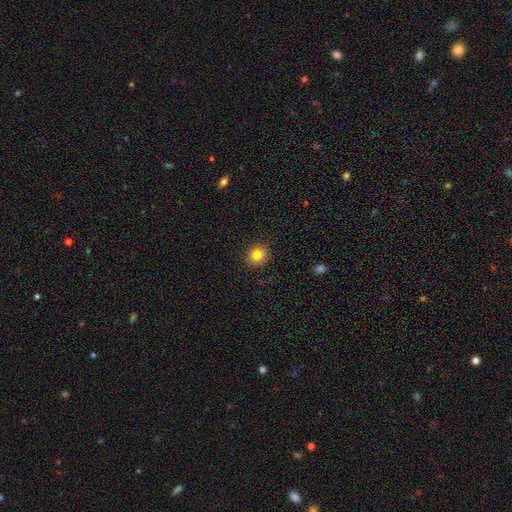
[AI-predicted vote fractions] The model was most divided on "smooth or featured": smooth: 63%, star or artifact: 26%, featured or disk: 10%. More confident: how rounded — round (86%); merging — none (83%).